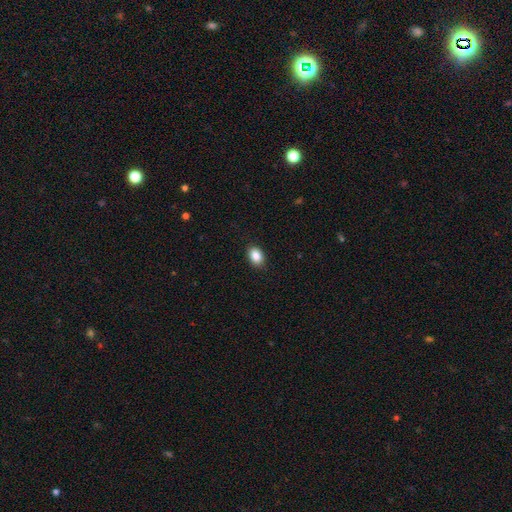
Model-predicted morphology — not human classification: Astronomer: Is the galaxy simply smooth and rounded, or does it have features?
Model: smooth — 87%.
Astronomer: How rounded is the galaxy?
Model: in between — 81%.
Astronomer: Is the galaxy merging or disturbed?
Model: none — 90%.